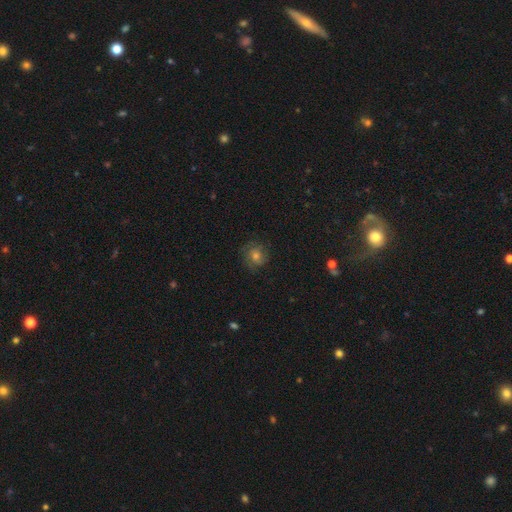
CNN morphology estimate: Smooth or featured? featured or disk (41%)
Merging? none (80%)